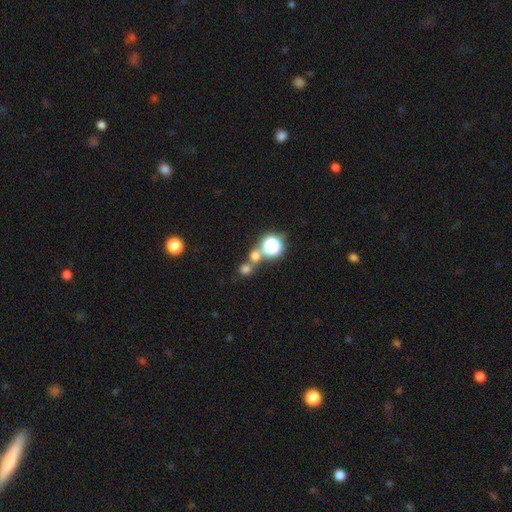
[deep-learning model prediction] smooth_or_featured: smooth (p=0.60) [alt: star or artifact p=0.32]
how_rounded: round (p=0.83) [alt: in between p=0.15]
merging: none (p=0.55) [alt: merger p=0.34]